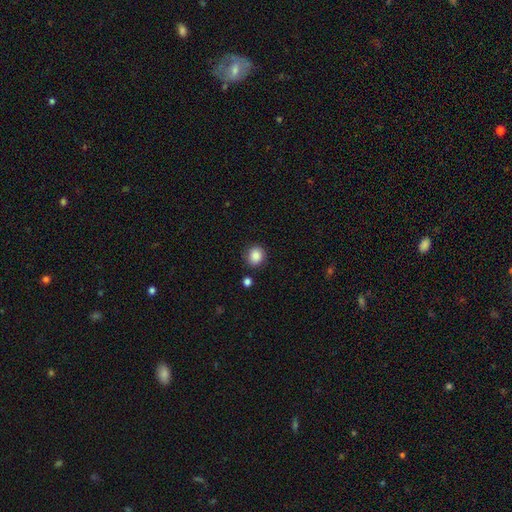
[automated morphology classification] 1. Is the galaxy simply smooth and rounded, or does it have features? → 86% smooth, 9% star or artifact, 5% featured or disk.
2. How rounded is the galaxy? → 80% round, 19% in between, 1% cigar-shaped.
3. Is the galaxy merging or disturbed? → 84% none, 10% minor disturbance, 3% merger, 3% major disturbance.